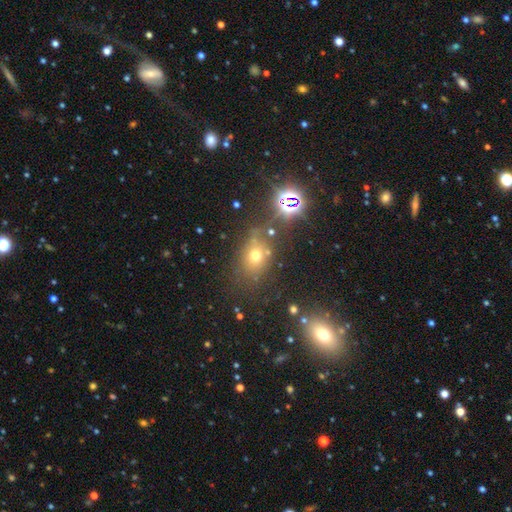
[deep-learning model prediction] Morphology: type=smooth (57%); roundness=in between (52%); merging=none (66%).